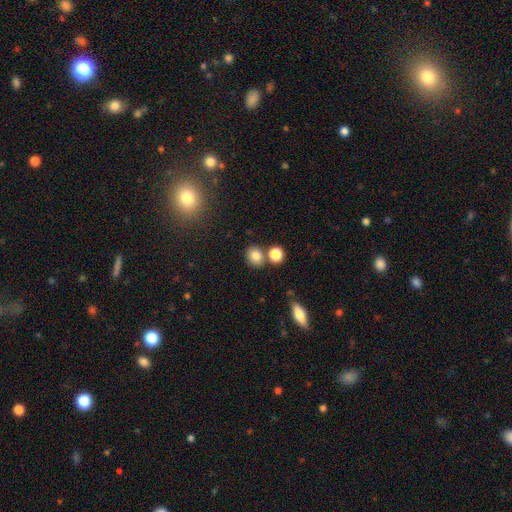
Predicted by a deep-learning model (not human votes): Smooth or featured? smooth (81%)
How rounded? round (62%)
Merging? none (71%)